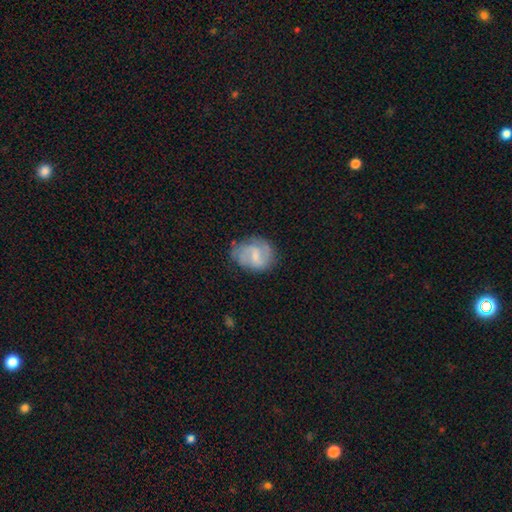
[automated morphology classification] type=featured or disk (64%); edge-on=no (98%); bar=weak (60%); spiral arms=yes (86%); winding=medium (47%); arm count=2 (66%); bulge=small (38%); merging=none (63%).